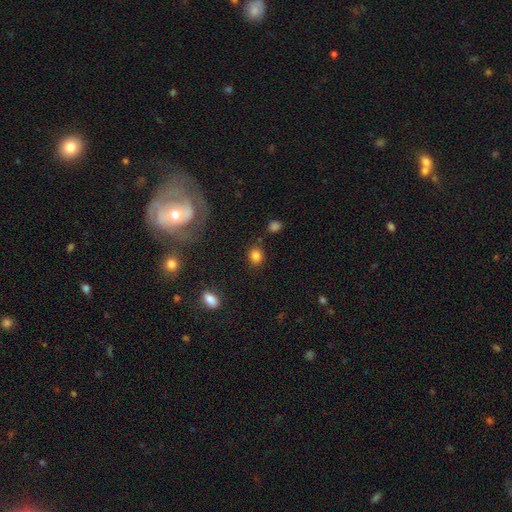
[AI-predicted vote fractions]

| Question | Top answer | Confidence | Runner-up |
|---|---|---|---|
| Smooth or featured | smooth | 84% | star or artifact (11%) |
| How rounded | round | 67% | in between (32%) |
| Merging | none | 82% | minor disturbance (10%) |